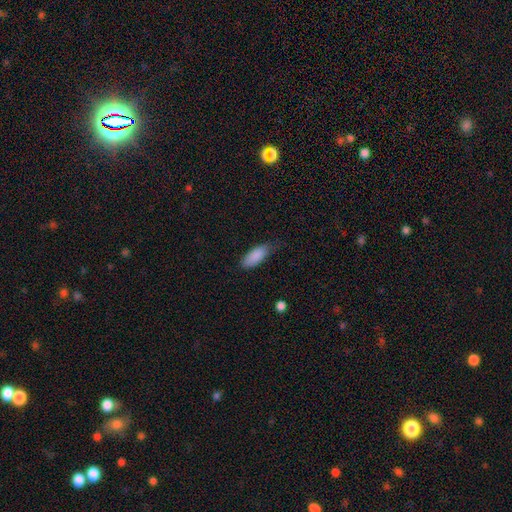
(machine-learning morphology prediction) Smooth or featured?
  - smooth: 88% *
  - star or artifact: 6%
  - featured or disk: 6%
How rounded?
  - in between: 78% *
  - cigar-shaped: 21%
  - round: 2%
Merging?
  - none: 58% *
  - minor disturbance: 33%
  - major disturbance: 7%
  - merger: 2%